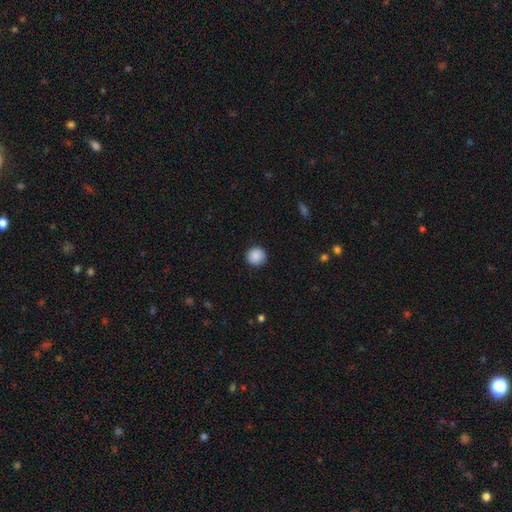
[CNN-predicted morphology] smooth-or-featured: smooth: 89% | star or artifact: 8% | featured or disk: 3%
  how-rounded: round: 94% | in between: 5% | cigar-shaped: 1%
  merging: none: 90% | minor disturbance: 7% | major disturbance: 2% | merger: 1%